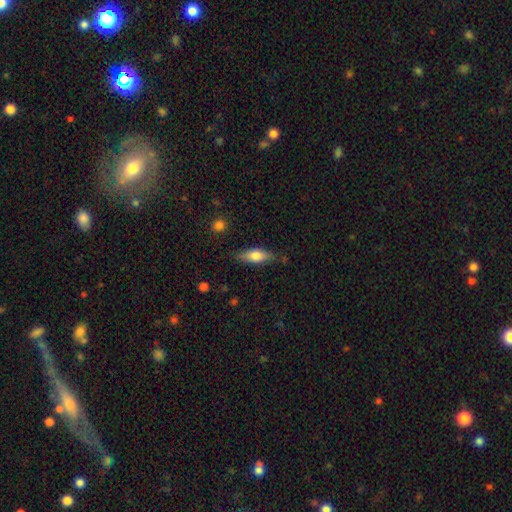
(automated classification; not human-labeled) The model was most divided on "how rounded": in between: 61%, cigar-shaped: 36%, round: 3%. More confident: merging — none (80%); smooth or featured — smooth (66%).